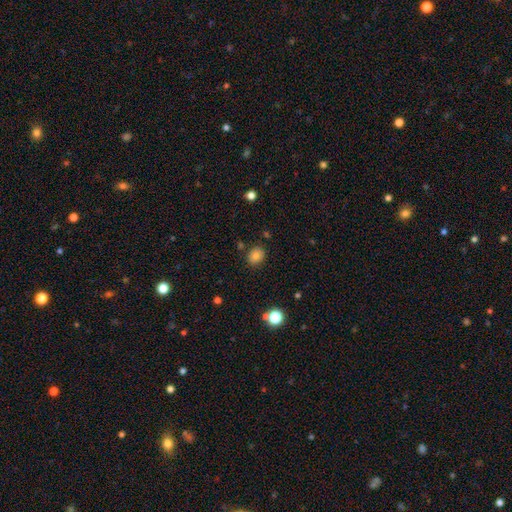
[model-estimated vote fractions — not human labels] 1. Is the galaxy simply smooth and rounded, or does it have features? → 79% smooth, 12% star or artifact, 9% featured or disk.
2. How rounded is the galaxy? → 63% round, 36% in between, 1% cigar-shaped.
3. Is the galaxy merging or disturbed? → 85% none, 10% minor disturbance, 3% merger, 3% major disturbance.